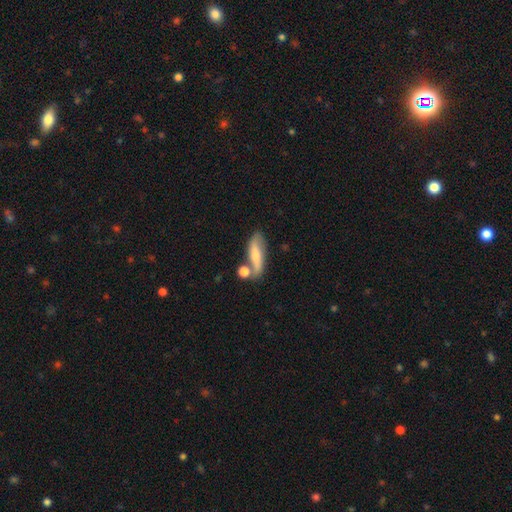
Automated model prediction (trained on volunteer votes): This appears to be a smooth galaxy with no disk features (50%) that is in between round and cigar-shaped (49%). Merging: none (56%).